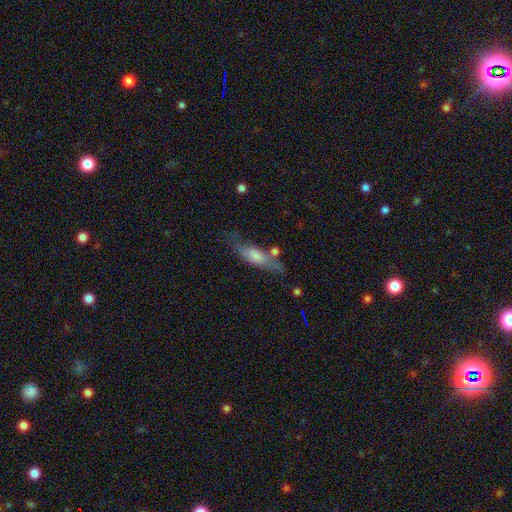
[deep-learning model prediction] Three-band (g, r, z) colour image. It shows a smooth galaxy with no disk features (57%) that is cigar-shaped (51%). Merging: none (58%).